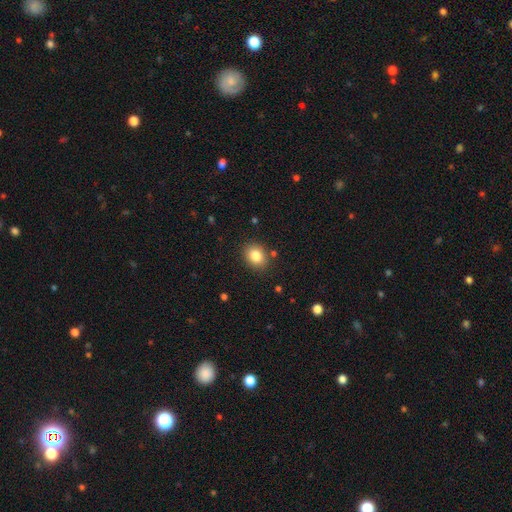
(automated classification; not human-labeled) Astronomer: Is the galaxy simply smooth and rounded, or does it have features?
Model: smooth — 83%.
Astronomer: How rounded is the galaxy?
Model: round — 53% (runner-up: in between, 46%).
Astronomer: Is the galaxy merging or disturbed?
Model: none — 86%.